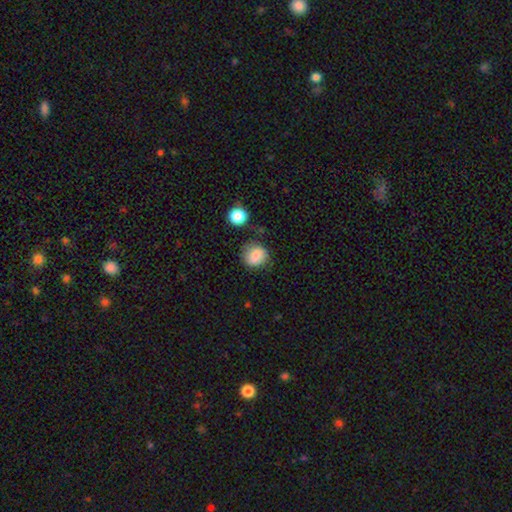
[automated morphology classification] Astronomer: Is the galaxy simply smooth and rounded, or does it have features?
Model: smooth — 80%.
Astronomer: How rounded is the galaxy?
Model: round — 83%.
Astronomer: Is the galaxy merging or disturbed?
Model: none — 70%.